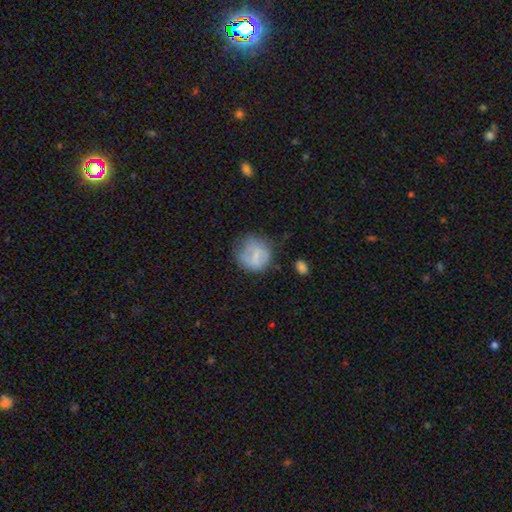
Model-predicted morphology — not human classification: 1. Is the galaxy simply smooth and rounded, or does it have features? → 66% smooth, 25% featured or disk, 8% star or artifact.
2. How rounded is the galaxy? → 83% round, 16% in between, 1% cigar-shaped.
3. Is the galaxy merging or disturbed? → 55% none, 26% minor disturbance, 16% major disturbance, 3% merger.